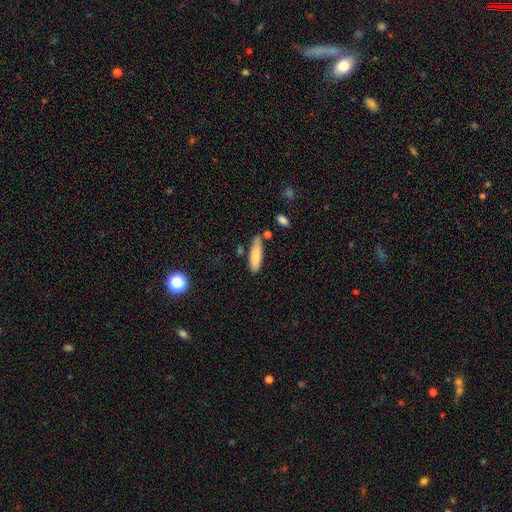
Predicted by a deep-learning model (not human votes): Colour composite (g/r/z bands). It shows a smooth galaxy with no disk features (82%) that is cigar-shaped (61%). Merging: none (72%).